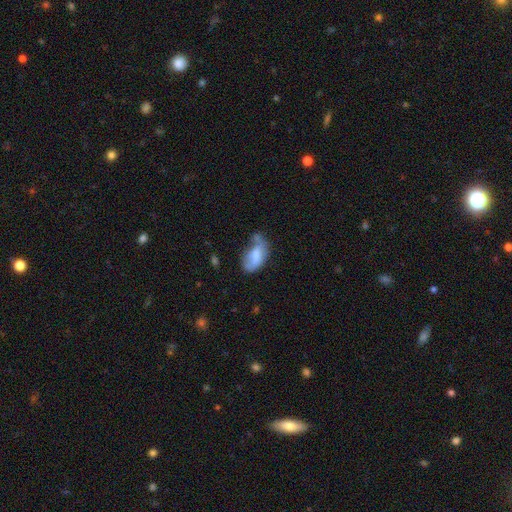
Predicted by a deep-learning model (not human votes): smooth 64%, featured or disk 27%, star or artifact 8%. Down the decision tree: how rounded — in between (92%); merging — minor disturbance (32%).